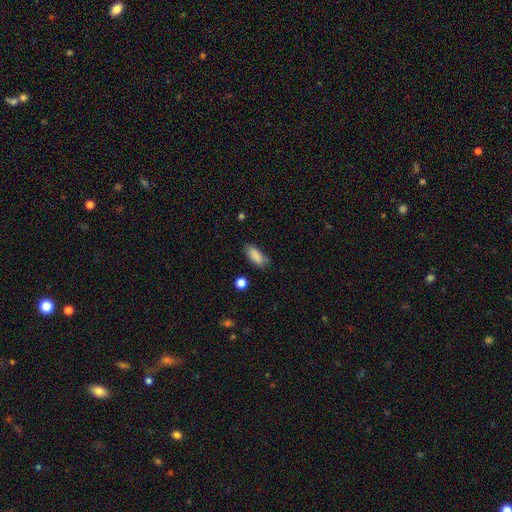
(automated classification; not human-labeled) The model was most divided on "merging": none: 70%, minor disturbance: 22%, major disturbance: 5%, merger: 3%. More confident: smooth or featured — smooth (86%); how rounded — in between (84%).